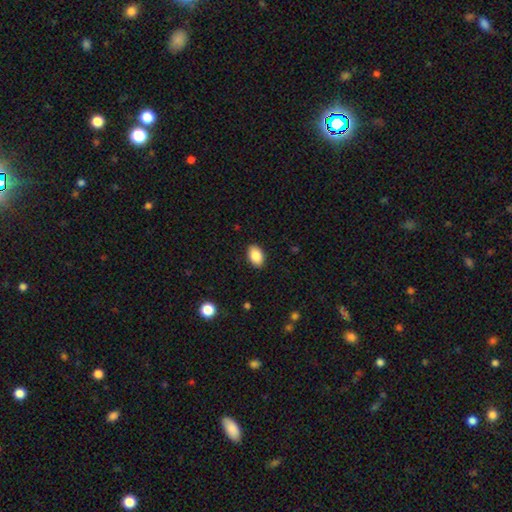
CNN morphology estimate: smooth 88%, star or artifact 7%, featured or disk 5%. Down the decision tree: how rounded — in between (89%); merging — none (89%).